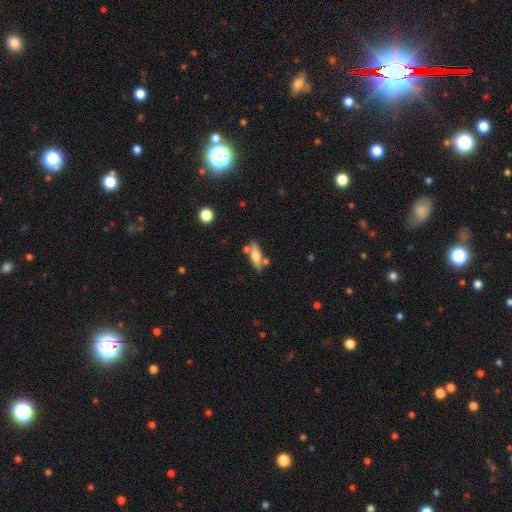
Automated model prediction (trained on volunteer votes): smooth_or_featured: smooth (p=0.51) [alt: featured or disk p=0.42]
how_rounded: in between (p=0.52) [alt: cigar-shaped p=0.45]
merging: none (p=0.66) [alt: minor disturbance p=0.16]